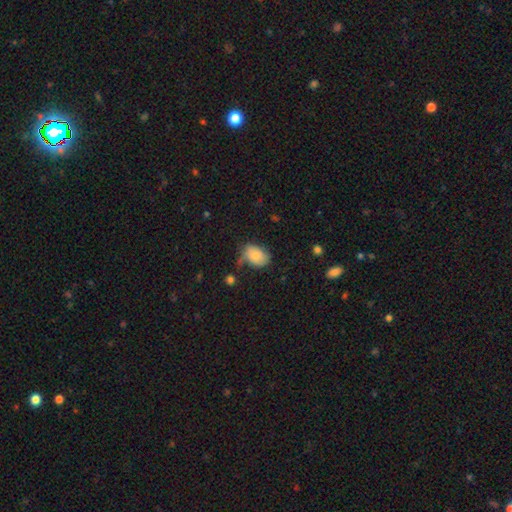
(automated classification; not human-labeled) Smooth or featured?
  - smooth: 77% *
  - featured or disk: 15%
  - star or artifact: 8%
How rounded?
  - in between: 84% *
  - round: 14%
  - cigar-shaped: 1%
Merging?
  - none: 53% *
  - minor disturbance: 31%
  - major disturbance: 11%
  - merger: 5%